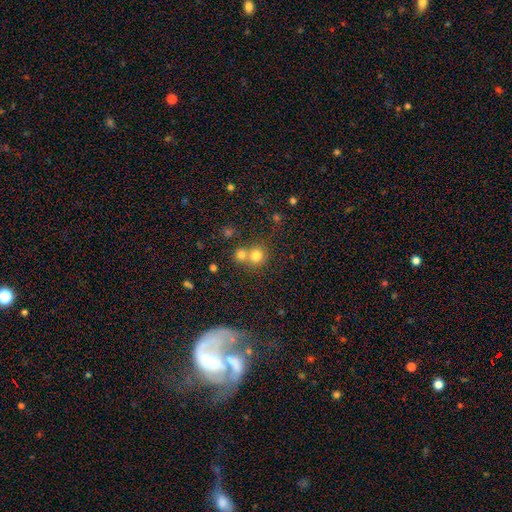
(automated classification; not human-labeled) A smooth galaxy with no disk features (77%) that is round (88%). Merging: none (49%).